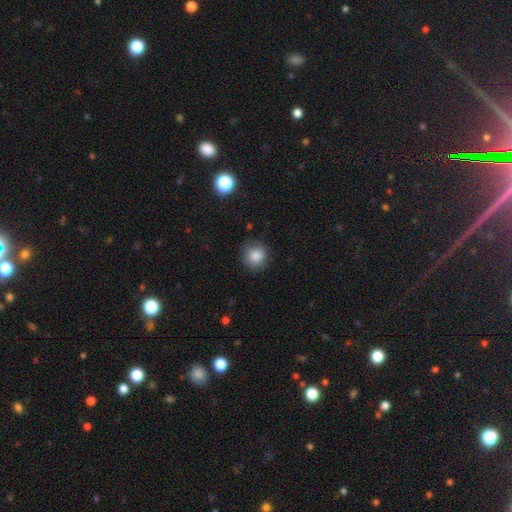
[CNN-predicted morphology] Smooth or featured: smooth — 86% (star or artifact — 9%)
How rounded: round — 88% (in between — 11%)
Merging: none — 81% (minor disturbance — 14%)